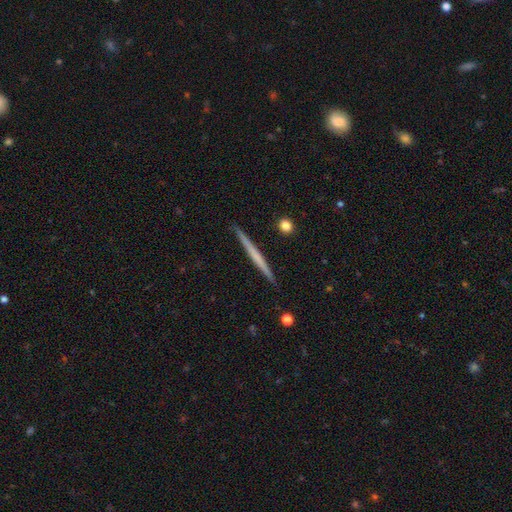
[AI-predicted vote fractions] A featured or disk galaxy (54%) viewed edge-on (98%) with no central bulge (85%). Merging: none (92%).